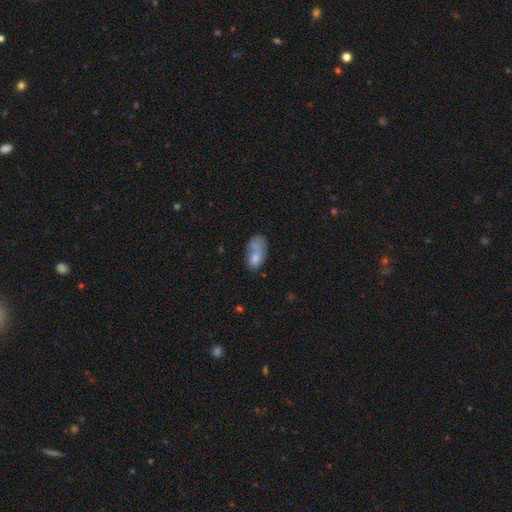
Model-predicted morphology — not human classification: type=smooth (66%); roundness=in between (90%); merging=none (33%).